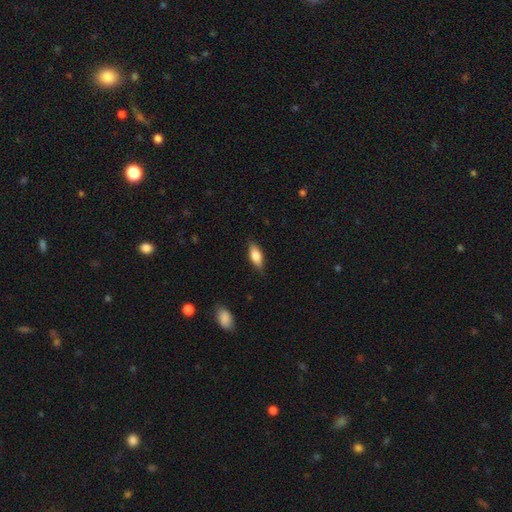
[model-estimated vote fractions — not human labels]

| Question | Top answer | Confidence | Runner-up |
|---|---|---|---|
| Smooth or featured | smooth | 71% | featured or disk (23%) |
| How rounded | in between | 74% | cigar-shaped (23%) |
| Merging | none | 84% | minor disturbance (12%) |